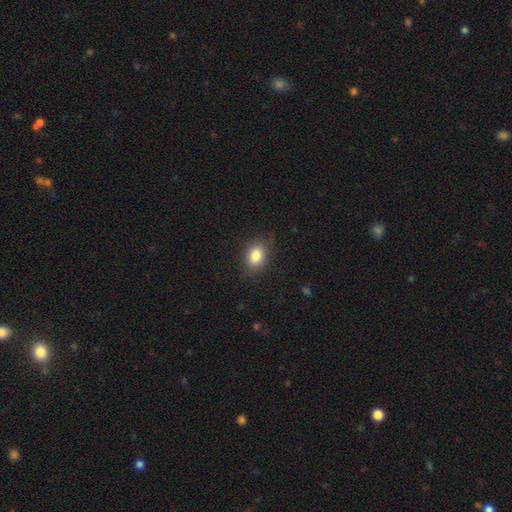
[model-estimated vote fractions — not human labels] Q: Smooth or featured?
A: smooth (83%); runner-up: star or artifact (9%)
Q: How rounded?
A: in between (68%); runner-up: round (31%)
Q: Merging?
A: none (81%); runner-up: minor disturbance (14%)